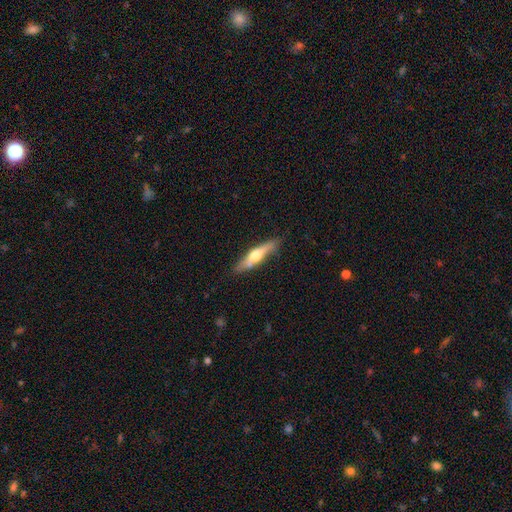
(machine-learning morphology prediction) A featured or disk galaxy (54%) viewed edge-on (92%). Merging: none (79%).